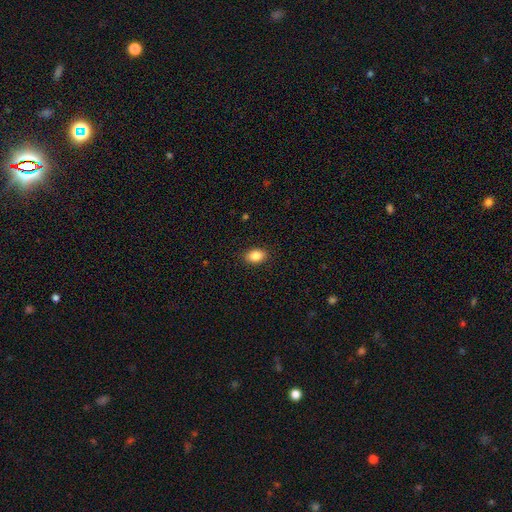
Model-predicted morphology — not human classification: A smooth galaxy with no disk features (86%) that is in between round and cigar-shaped (82%).

Vote fractions:
- Smooth or featured? smooth: 86% / star or artifact: 8% / featured or disk: 6%
- How rounded? in between: 82% / round: 17% / cigar-shaped: 1%
- Merging? none: 89% / minor disturbance: 8% / major disturbance: 2% / merger: 1%